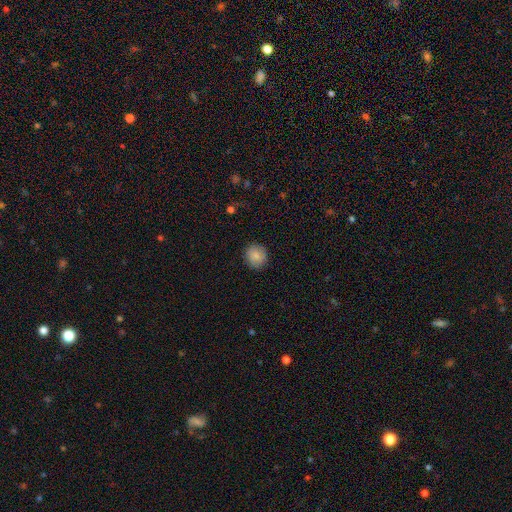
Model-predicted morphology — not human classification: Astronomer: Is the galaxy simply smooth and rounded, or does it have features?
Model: smooth — 86%.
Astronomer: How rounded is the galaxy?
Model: round — 82%.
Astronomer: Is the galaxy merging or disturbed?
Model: none — 88%.